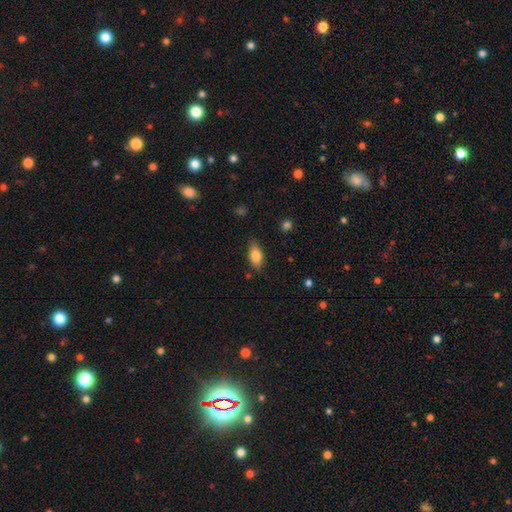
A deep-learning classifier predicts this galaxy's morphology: A smooth galaxy with no disk features (78%) that is in between round and cigar-shaped (85%).

Vote fractions:
- Smooth or featured? smooth: 78% / featured or disk: 15% / star or artifact: 7%
- How rounded? in between: 85% / cigar-shaped: 10% / round: 4%
- Merging? none: 81% / minor disturbance: 14% / major disturbance: 3% / merger: 1%